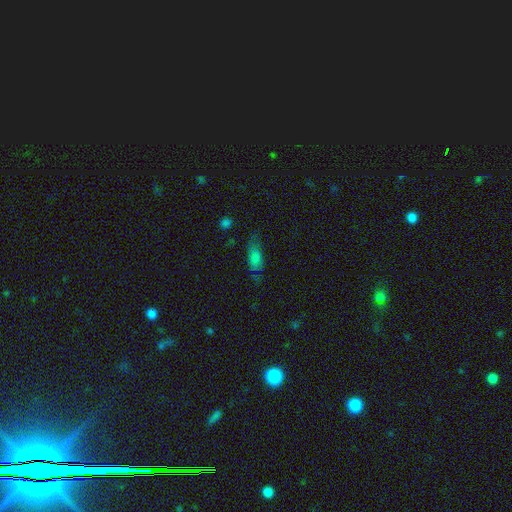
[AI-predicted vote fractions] Smooth or featured?
  - smooth: 61% *
  - featured or disk: 24%
  - star or artifact: 14%
How rounded?
  - in between: 56% *
  - cigar-shaped: 40%
  - round: 4%
Merging?
  - none: 66% *
  - minor disturbance: 22%
  - major disturbance: 9%
  - merger: 2%